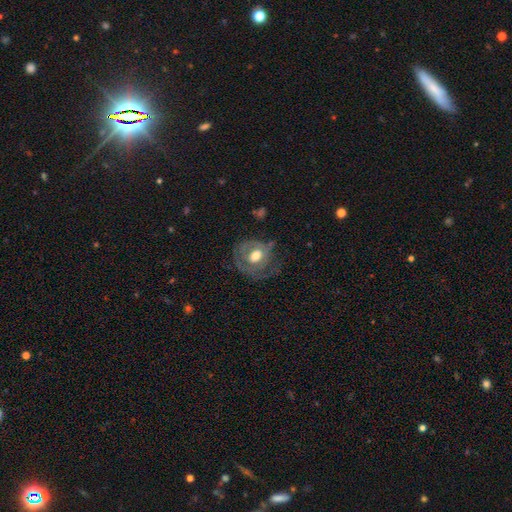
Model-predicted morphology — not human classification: Smooth or featured?
  - featured or disk: 55% *
  - smooth: 38%
  - star or artifact: 7%
Edge-on disk?
  - no: 96% *
  - yes: 4%
Bar?
  - no: 68% *
  - weak: 25%
  - strong: 6%
Spiral arms?
  - no: 53% *
  - yes: 47%
Bulge size?
  - moderate: 58% *
  - large: 32%
  - small: 6%
  - dominant: 2%
  - none: 1%
Merging?
  - none: 49% *
  - minor disturbance: 25%
  - major disturbance: 24%
  - merger: 2%